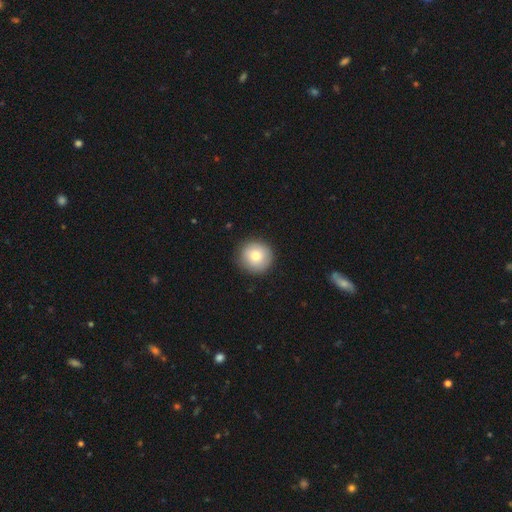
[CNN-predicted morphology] Smooth or featured? Predicted: smooth (p=0.79). How rounded? Predicted: round (p=0.94). Merging? Predicted: none (p=0.89).